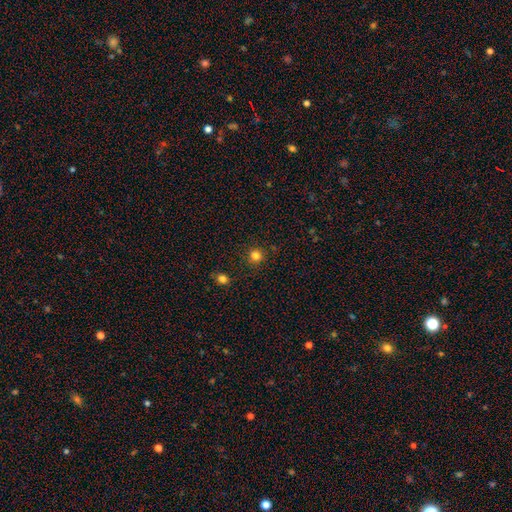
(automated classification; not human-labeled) This appears to be a smooth galaxy with no disk features (81%) that is round (93%). Merging: none (89%).